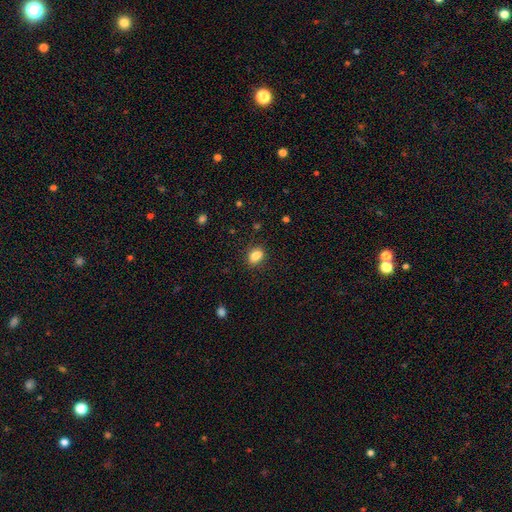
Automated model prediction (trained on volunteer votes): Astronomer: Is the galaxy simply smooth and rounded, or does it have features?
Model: smooth — 83%.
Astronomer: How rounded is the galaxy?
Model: in between — 69%.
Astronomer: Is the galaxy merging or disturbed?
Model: none — 72%.